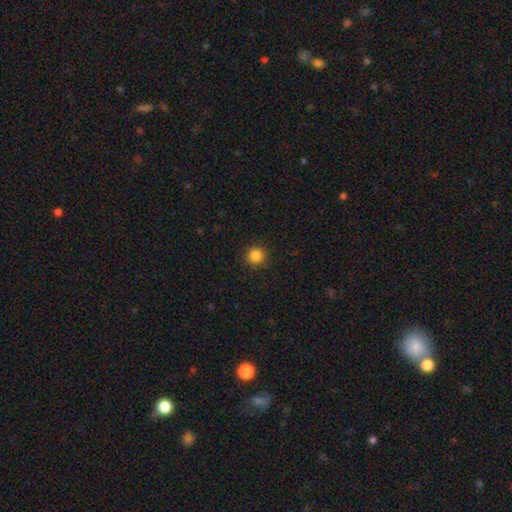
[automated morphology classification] Q: Smooth or featured?
A: smooth (85%); runner-up: star or artifact (11%)
Q: How rounded?
A: round (93%); runner-up: in between (6%)
Q: Merging?
A: none (91%); runner-up: minor disturbance (6%)